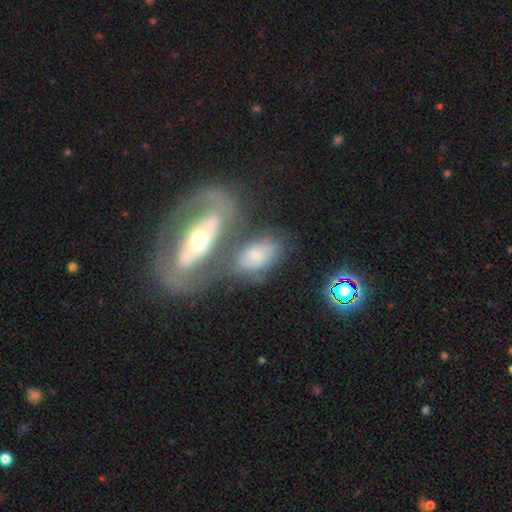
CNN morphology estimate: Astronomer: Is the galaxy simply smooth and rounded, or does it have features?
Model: featured or disk — 49% (runner-up: smooth, 43%).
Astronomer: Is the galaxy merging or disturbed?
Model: none — 39% (runner-up: merger, 37%).